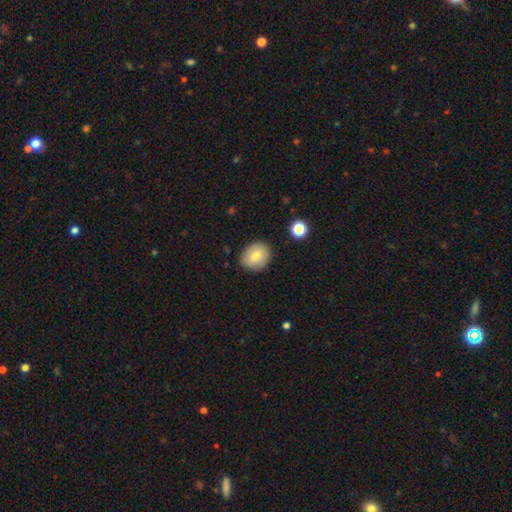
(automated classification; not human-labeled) Overall: smooth (76%). How rounded: round (59%; in between 40%). Merging: none (87%).